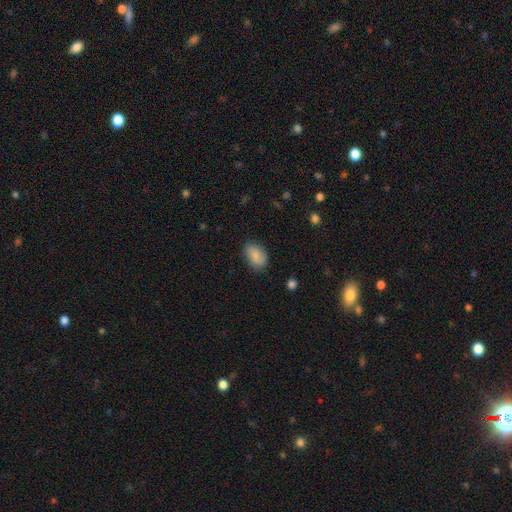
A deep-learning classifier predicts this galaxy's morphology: Smooth or featured? Predicted: smooth (p=0.78). How rounded? Predicted: in between (p=0.87). Merging? Predicted: none (p=0.79).